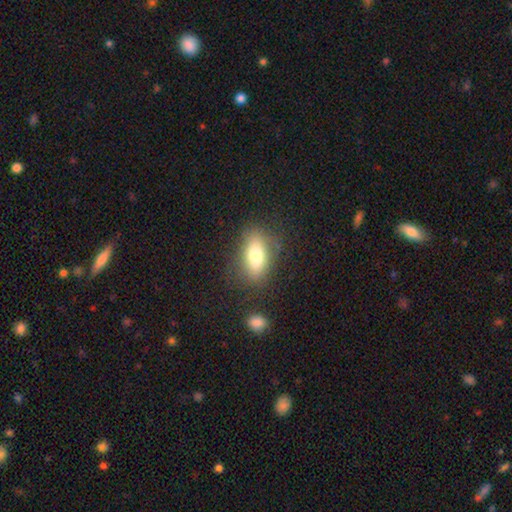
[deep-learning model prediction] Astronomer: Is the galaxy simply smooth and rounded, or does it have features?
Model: smooth — 75%.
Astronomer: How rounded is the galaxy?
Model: in between — 83%.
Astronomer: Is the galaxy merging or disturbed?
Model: none — 76%.